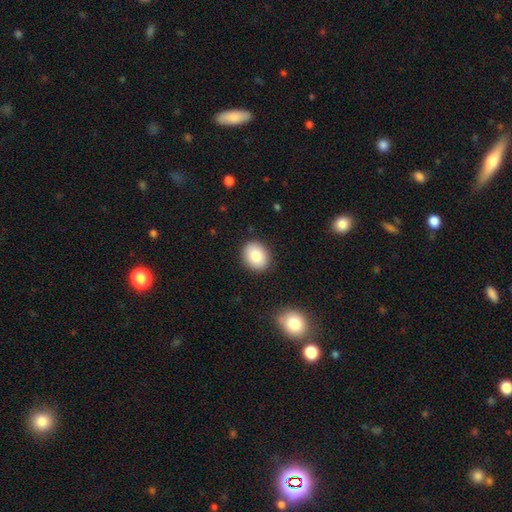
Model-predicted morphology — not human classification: Overall: smooth (82%). How rounded: round (50%; in between 49%). Merging: none (89%).